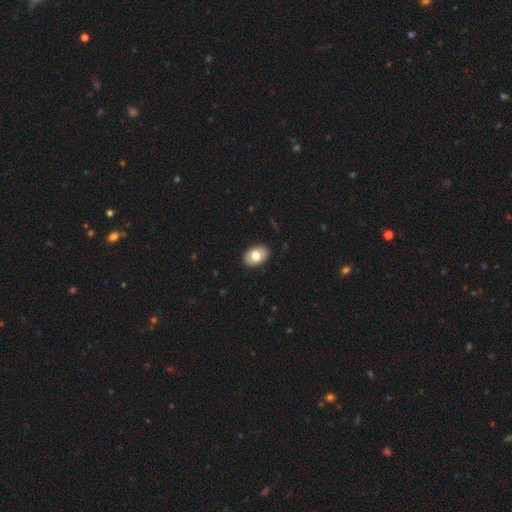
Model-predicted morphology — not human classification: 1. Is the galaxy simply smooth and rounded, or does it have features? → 77% smooth, 16% featured or disk, 7% star or artifact.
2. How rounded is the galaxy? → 84% in between, 15% round, 1% cigar-shaped.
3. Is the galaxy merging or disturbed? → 89% none, 8% minor disturbance, 2% major disturbance, 1% merger.